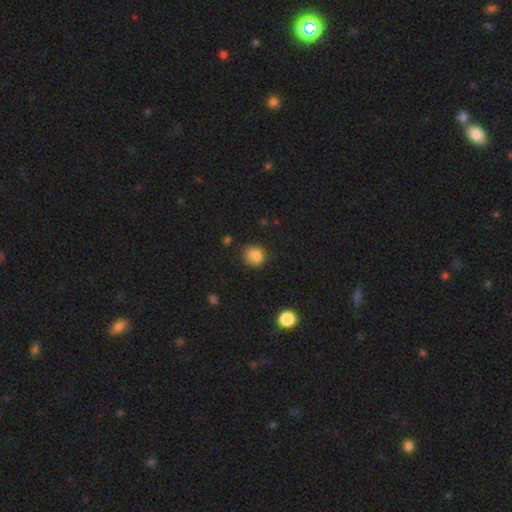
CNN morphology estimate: A smooth galaxy with no disk features (84%) that is round (73%).

Vote fractions:
- Smooth or featured? smooth: 84% / star or artifact: 11% / featured or disk: 5%
- How rounded? round: 73% / in between: 26% / cigar-shaped: 1%
- Merging? none: 74% / minor disturbance: 19% / major disturbance: 4% / merger: 3%